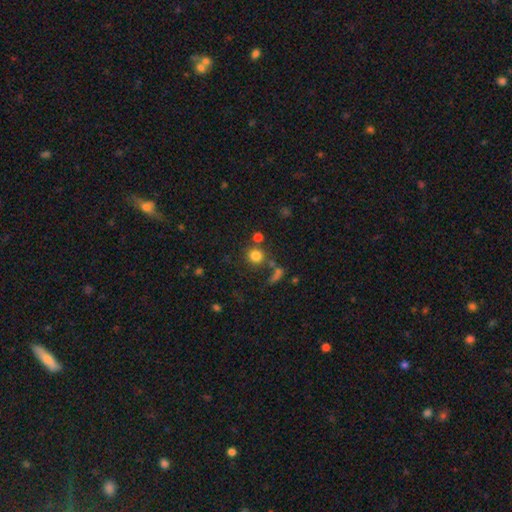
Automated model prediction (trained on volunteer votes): A smooth galaxy with no disk features (80%) that is round (90%).

Vote fractions:
- Smooth or featured? smooth: 80% / star or artifact: 13% / featured or disk: 7%
- How rounded? round: 90% / in between: 9% / cigar-shaped: 1%
- Merging? none: 70% / merger: 15% / minor disturbance: 9% / major disturbance: 6%